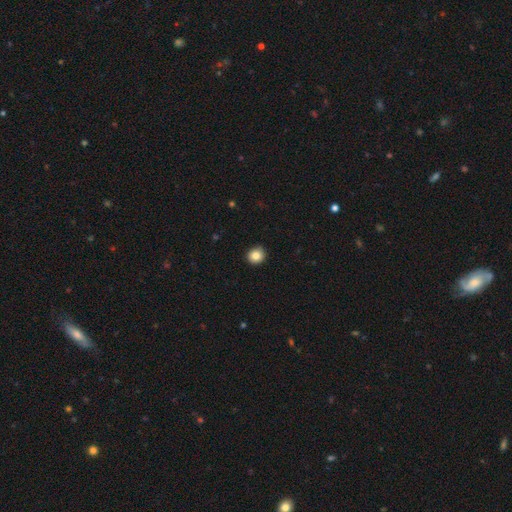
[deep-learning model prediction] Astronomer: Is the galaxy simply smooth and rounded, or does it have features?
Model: smooth — 84%.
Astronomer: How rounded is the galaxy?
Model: round — 89%.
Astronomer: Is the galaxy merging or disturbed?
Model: none — 90%.